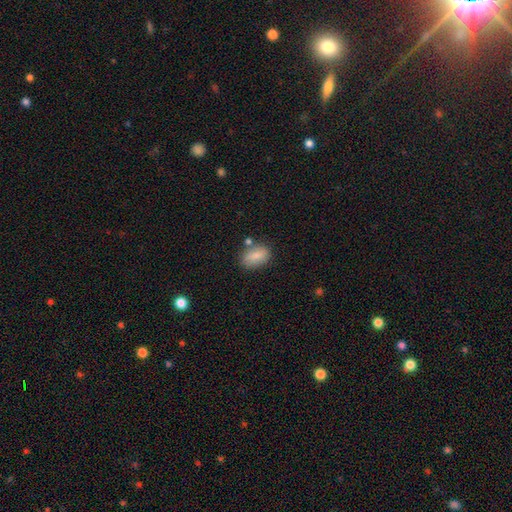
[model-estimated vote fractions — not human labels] smooth 85%, star or artifact 8%, featured or disk 7%. Down the decision tree: how rounded — in between (86%); merging — none (72%).